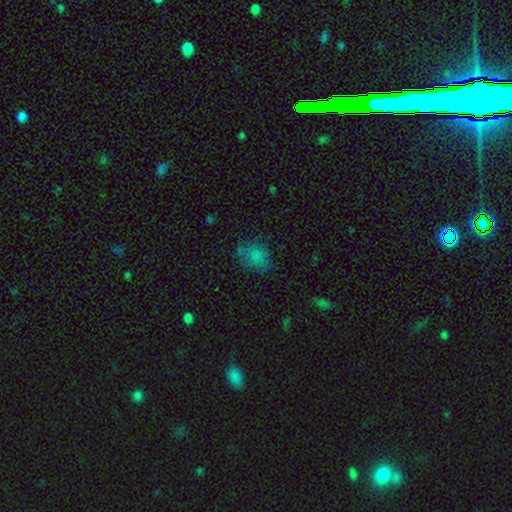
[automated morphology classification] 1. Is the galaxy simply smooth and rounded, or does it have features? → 77% smooth, 14% star or artifact, 9% featured or disk.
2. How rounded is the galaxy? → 52% in between, 47% round, 1% cigar-shaped.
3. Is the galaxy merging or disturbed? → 61% none, 23% minor disturbance, 10% major disturbance, 5% merger.